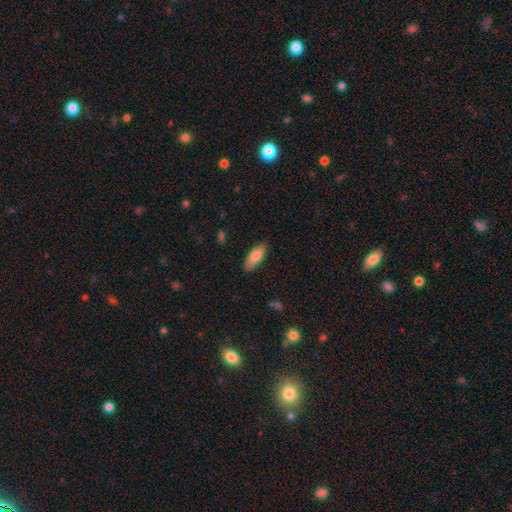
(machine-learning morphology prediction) This appears to be a smooth galaxy with no disk features (82%) that is in between round and cigar-shaped (73%). Merging: none (84%).